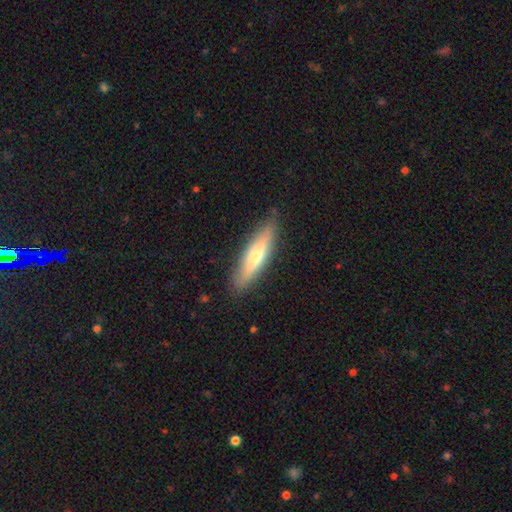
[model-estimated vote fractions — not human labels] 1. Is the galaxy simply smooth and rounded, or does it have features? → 54% smooth, 40% featured or disk, 6% star or artifact.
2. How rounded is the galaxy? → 79% cigar-shaped, 20% in between, 2% round.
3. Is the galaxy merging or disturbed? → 88% none, 9% minor disturbance, 2% major disturbance, 1% merger.